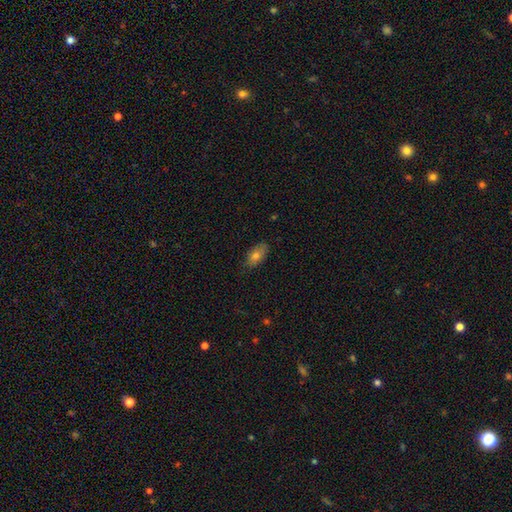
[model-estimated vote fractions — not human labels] smooth_or_featured: smooth (p=0.73) [alt: featured or disk p=0.17]
how_rounded: in between (p=0.88) [alt: cigar-shaped p=0.06]
merging: none (p=0.78) [alt: minor disturbance p=0.18]